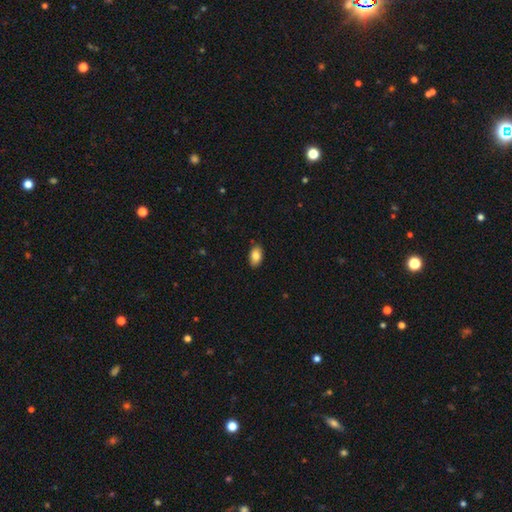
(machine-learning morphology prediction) Smooth or featured: smooth — 84% (featured or disk — 9%)
How rounded: in between — 92% (round — 6%)
Merging: none — 88% (minor disturbance — 10%)